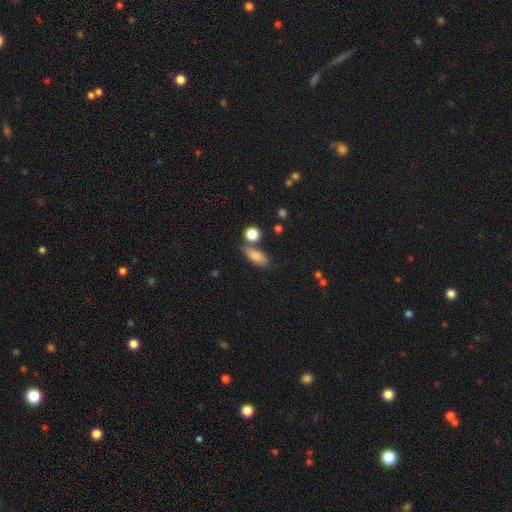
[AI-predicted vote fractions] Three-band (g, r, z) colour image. It shows a smooth galaxy with no disk features (84%) that is in between round and cigar-shaped (79%). Merging: none (62%).